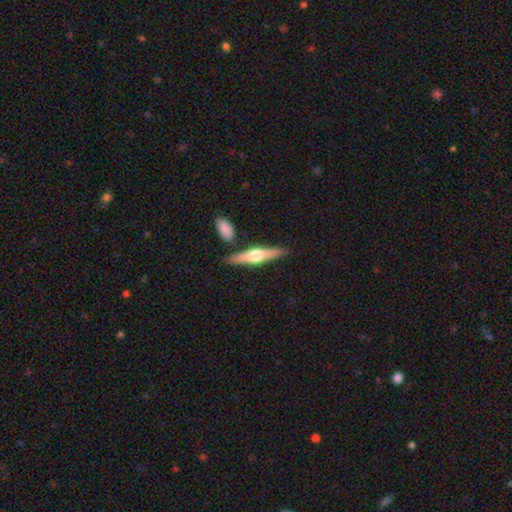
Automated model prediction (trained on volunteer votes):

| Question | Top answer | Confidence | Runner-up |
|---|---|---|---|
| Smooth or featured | featured or disk | 65% | smooth (30%) |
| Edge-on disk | yes | 96% | no (4%) |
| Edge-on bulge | rounded | 94% | boxy (4%) |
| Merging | none | 82% | minor disturbance (9%) |